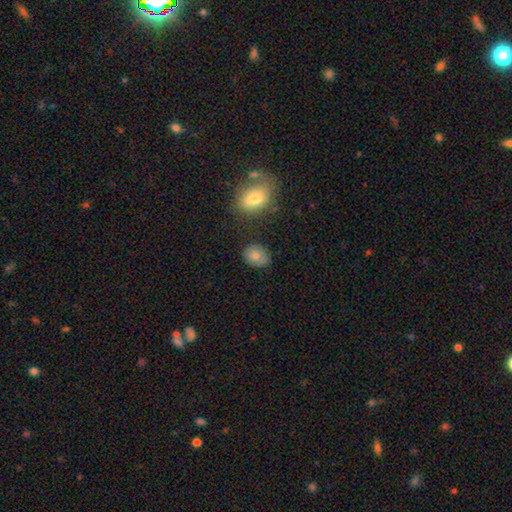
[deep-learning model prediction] This appears to be a smooth galaxy with no disk features (81%) that is in between round and cigar-shaped (67%). Merging: none (77%).